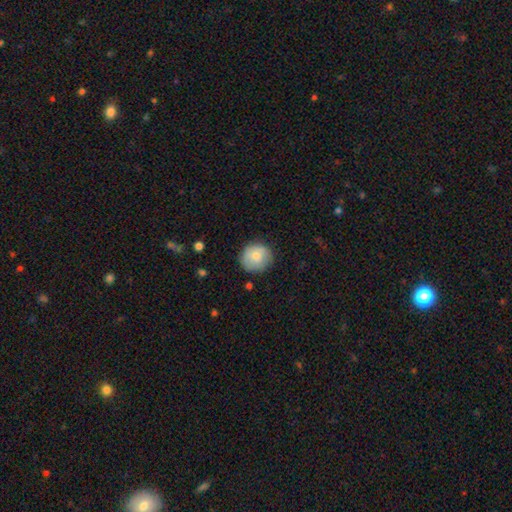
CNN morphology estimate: Smooth or featured: smooth — 76% (featured or disk — 17%)
How rounded: round — 91% (in between — 9%)
Merging: none — 80% (minor disturbance — 15%)